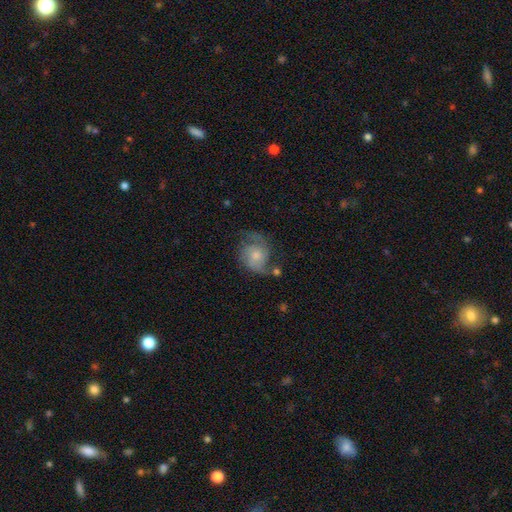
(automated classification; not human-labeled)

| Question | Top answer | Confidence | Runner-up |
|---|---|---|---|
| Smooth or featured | featured or disk | 62% | smooth (31%) |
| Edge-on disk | no | 98% | yes (2%) |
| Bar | no | 73% | weak (24%) |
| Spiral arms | yes | 88% | no (12%) |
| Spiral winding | medium | 46% | loose (28%) |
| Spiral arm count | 2 | 71% | can't tell (13%) |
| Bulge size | moderate | 45% | small (37%) |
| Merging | none | 46% | minor disturbance (27%) |